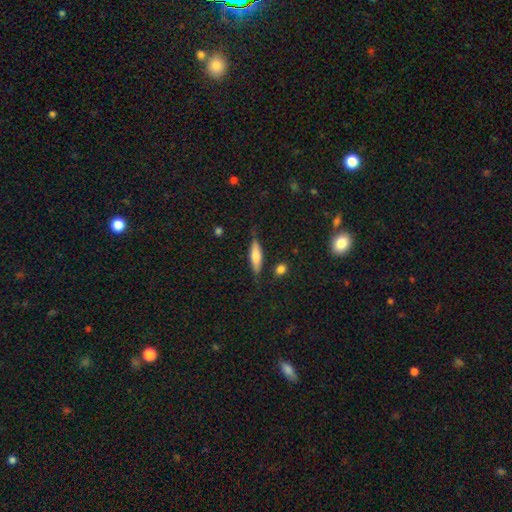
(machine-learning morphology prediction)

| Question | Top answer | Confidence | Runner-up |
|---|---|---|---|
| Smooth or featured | smooth | 64% | featured or disk (29%) |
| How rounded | cigar-shaped | 64% | in between (34%) |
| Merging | none | 78% | minor disturbance (15%) |